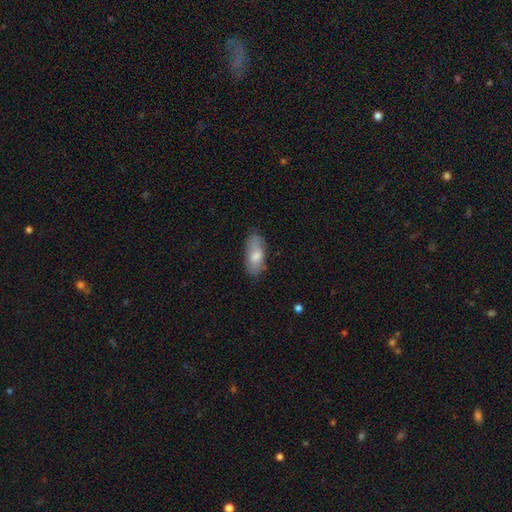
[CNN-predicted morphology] Smooth or featured?
  - smooth: 75% *
  - featured or disk: 18%
  - star or artifact: 6%
How rounded?
  - in between: 87% *
  - cigar-shaped: 10%
  - round: 3%
Merging?
  - none: 70% *
  - minor disturbance: 23%
  - major disturbance: 6%
  - merger: 2%